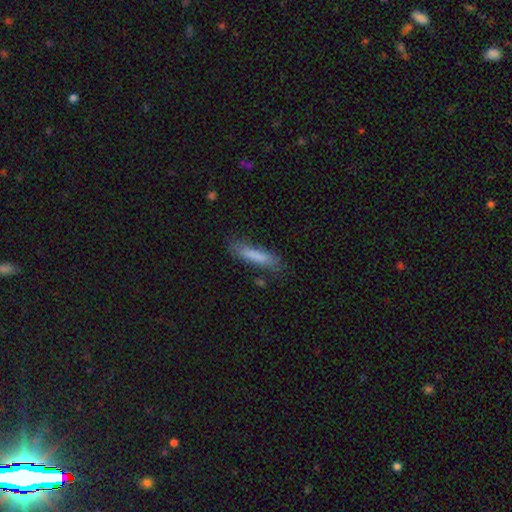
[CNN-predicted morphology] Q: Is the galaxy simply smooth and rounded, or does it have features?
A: smooth — 81%.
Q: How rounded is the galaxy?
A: cigar-shaped — 82%.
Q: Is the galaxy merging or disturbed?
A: none — 76%.